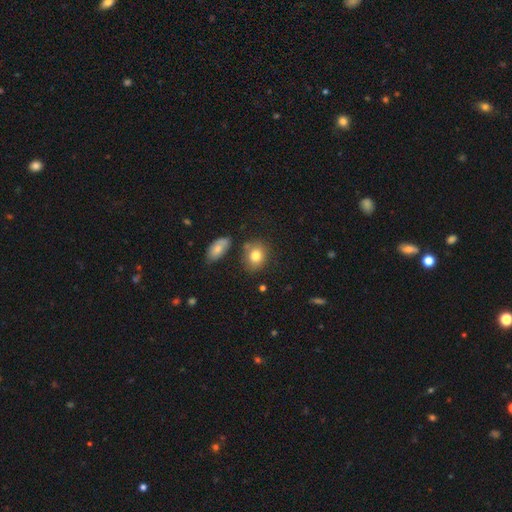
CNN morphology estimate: Smooth or featured? smooth (80%)
How rounded? round (55%)
Merging? none (71%)